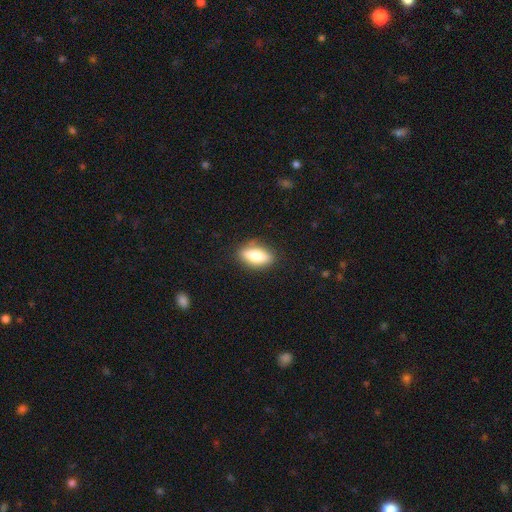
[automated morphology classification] smooth-or-featured: smooth: 72% | featured or disk: 21% | star or artifact: 7%
  how-rounded: in between: 78% | cigar-shaped: 17% | round: 5%
  merging: none: 85% | minor disturbance: 11% | major disturbance: 3% | merger: 1%